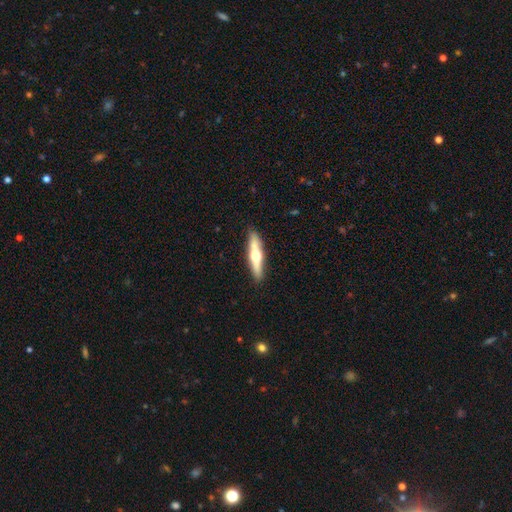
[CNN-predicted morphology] Smooth or featured: featured or disk — 55% (smooth — 40%)
Edge-on disk: yes — 94% (no — 6%)
Edge-on bulge: rounded — 93% (none — 4%)
Merging: none — 86% (minor disturbance — 9%)